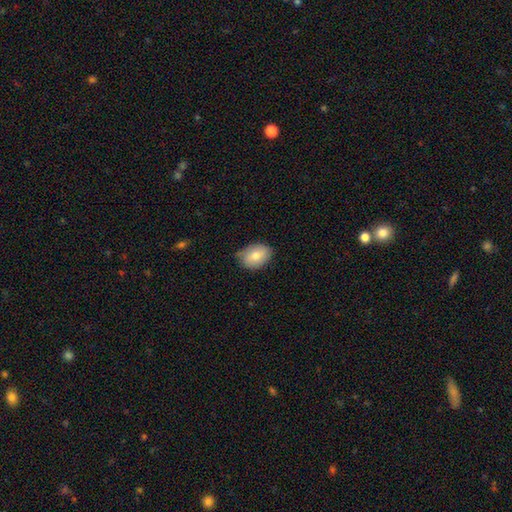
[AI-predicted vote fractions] smooth 76%, featured or disk 16%, star or artifact 8%. Down the decision tree: how rounded — in between (71%); merging — none (74%).